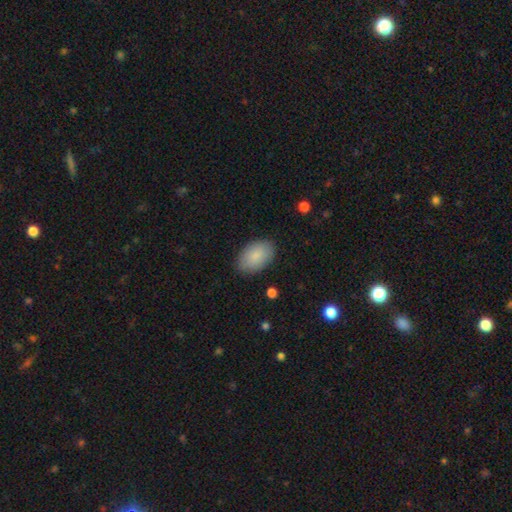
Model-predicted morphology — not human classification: Smooth or featured? Predicted: smooth (p=0.87). How rounded? Predicted: in between (p=0.92). Merging? Predicted: none (p=0.85).